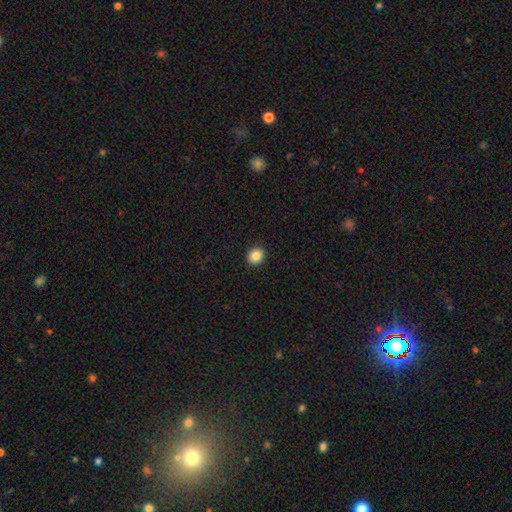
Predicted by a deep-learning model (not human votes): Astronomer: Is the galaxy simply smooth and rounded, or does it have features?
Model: smooth — 86%.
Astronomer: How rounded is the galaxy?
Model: round — 80%.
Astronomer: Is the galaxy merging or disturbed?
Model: none — 93%.